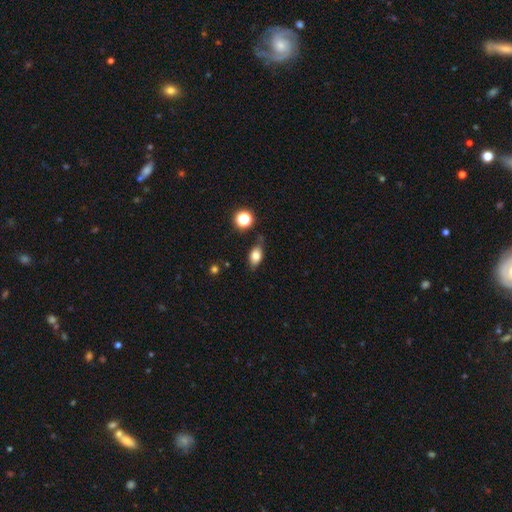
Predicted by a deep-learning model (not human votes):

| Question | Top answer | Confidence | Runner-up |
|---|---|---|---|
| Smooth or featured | smooth | 77% | featured or disk (13%) |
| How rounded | in between | 82% | round (14%) |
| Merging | none | 74% | minor disturbance (19%) |